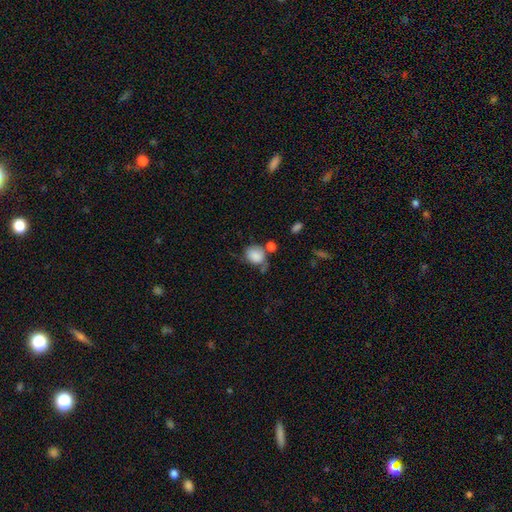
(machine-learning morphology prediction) A smooth galaxy with no disk features (84%) that is round (60%).

Vote fractions:
- Smooth or featured? smooth: 84% / star or artifact: 9% / featured or disk: 8%
- How rounded? round: 60% / in between: 38% / cigar-shaped: 1%
- Merging? none: 46% / minor disturbance: 24% / merger: 20% / major disturbance: 11%